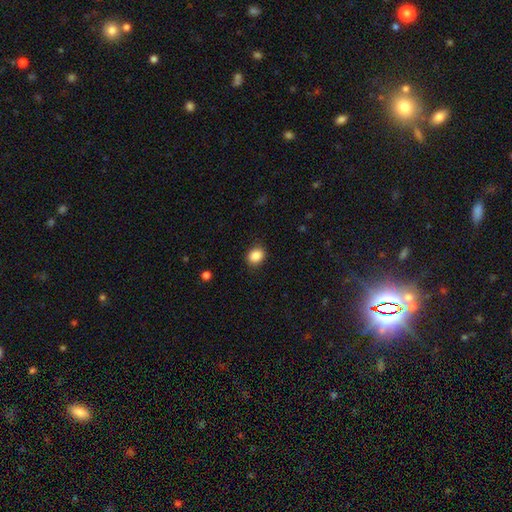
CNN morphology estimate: Q: Smooth or featured?
A: smooth (87%); runner-up: star or artifact (9%)
Q: How rounded?
A: round (58%); runner-up: in between (41%)
Q: Merging?
A: none (88%); runner-up: minor disturbance (9%)